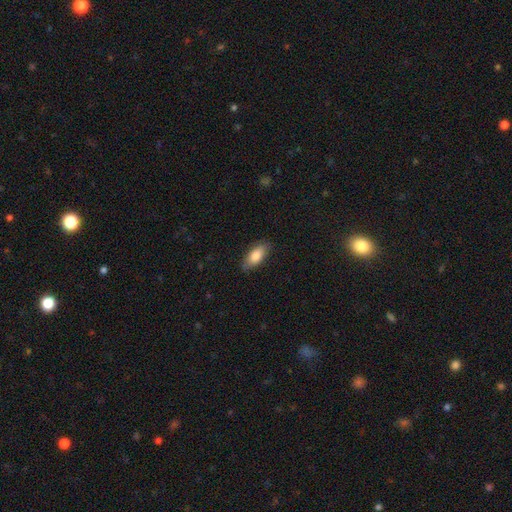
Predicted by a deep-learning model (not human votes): Smooth or featured? Predicted: smooth (p=0.80). How rounded? Predicted: in between (p=0.81). Merging? Predicted: none (p=0.83).